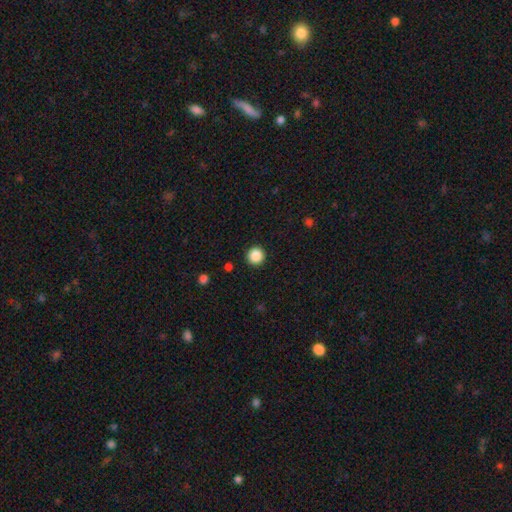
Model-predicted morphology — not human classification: type=smooth (87%); roundness=round (96%); merging=none (93%).